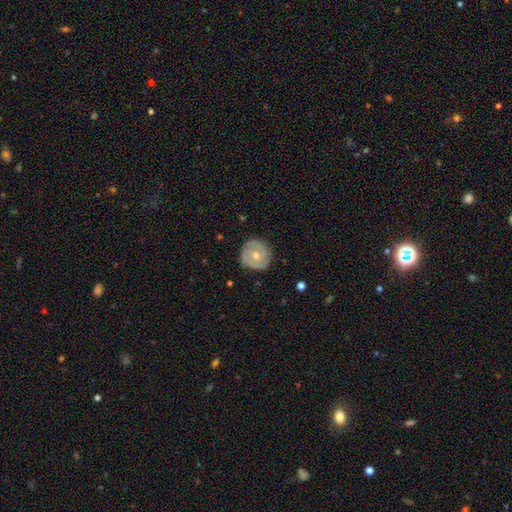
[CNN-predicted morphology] Smooth or featured? Predicted: featured or disk (p=0.74). Edge-on disk? Predicted: no (p=0.97). Bar? Predicted: no (p=0.67). Spiral arms? Predicted: yes (p=0.88). Spiral winding? Predicted: tight (p=0.64). Spiral arm count? Predicted: 2 (p=0.70). Bulge size? Predicted: moderate (p=0.58). Merging? Predicted: none (p=0.84).